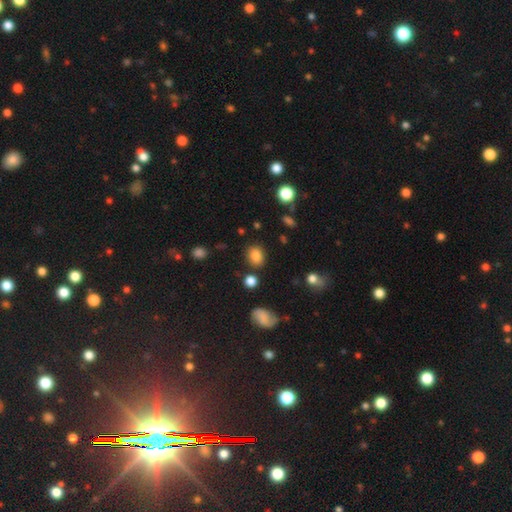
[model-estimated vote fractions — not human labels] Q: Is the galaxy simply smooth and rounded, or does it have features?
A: smooth — 84%.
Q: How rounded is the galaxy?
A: round — 51%.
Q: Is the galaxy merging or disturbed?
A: none — 83%.